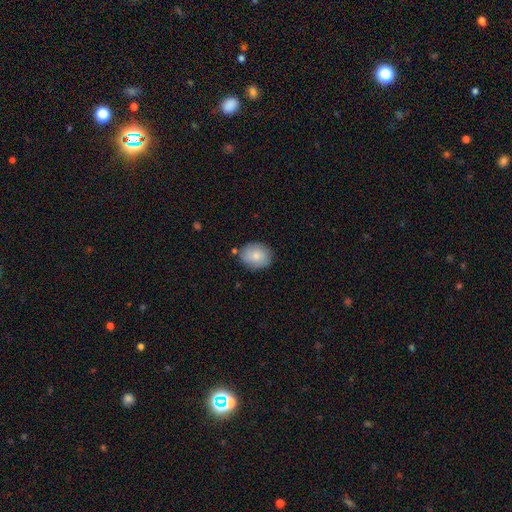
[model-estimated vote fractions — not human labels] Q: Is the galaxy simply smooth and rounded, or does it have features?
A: smooth — 81%.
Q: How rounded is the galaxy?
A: round — 50%.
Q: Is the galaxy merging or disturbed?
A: none — 81%.